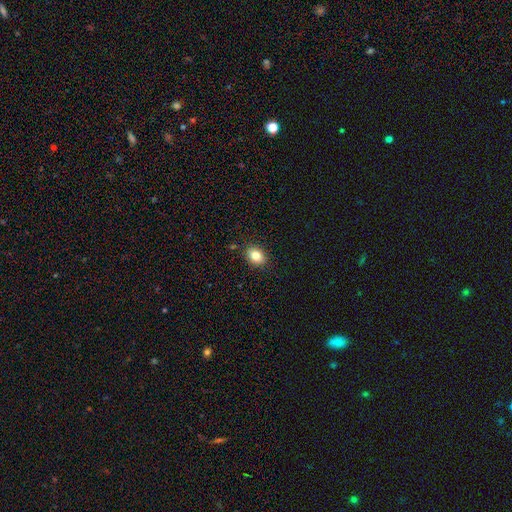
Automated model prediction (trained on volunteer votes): smooth-or-featured: smooth: 83% | star or artifact: 10% | featured or disk: 8%
  how-rounded: in between: 69% | round: 30% | cigar-shaped: 1%
  merging: none: 87% | minor disturbance: 9% | major disturbance: 2% | merger: 2%